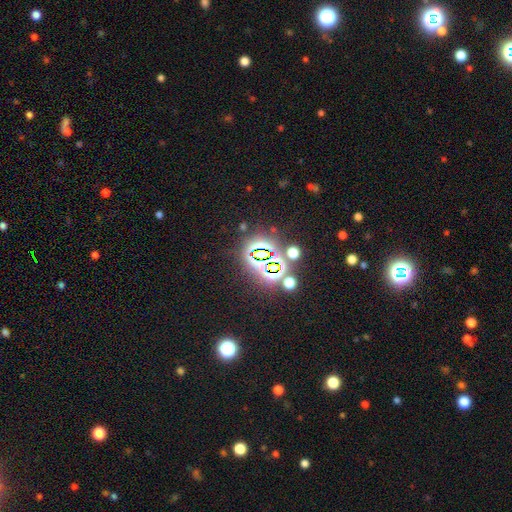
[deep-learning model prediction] Q: Smooth or featured?
A: star or artifact (80%); runner-up: smooth (12%)